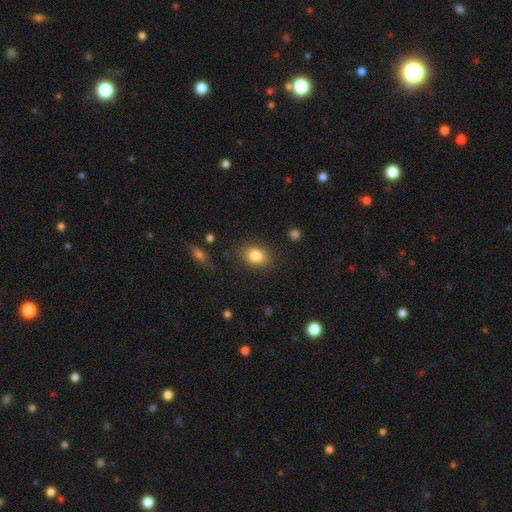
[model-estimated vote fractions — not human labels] The model was most divided on "how rounded": in between: 73%, round: 25%, cigar-shaped: 1%. More confident: merging — none (84%); smooth or featured — smooth (84%).